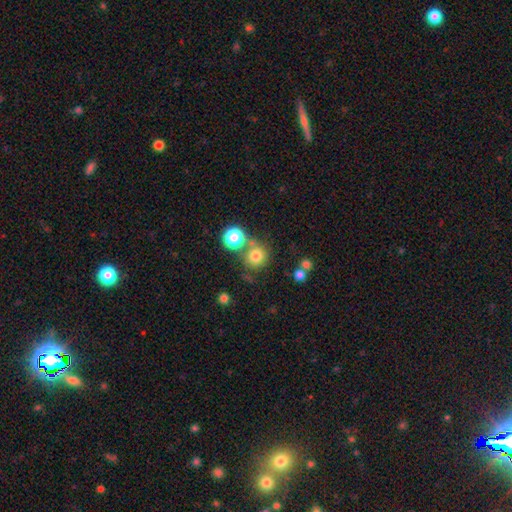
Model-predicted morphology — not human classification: Q: Smooth or featured?
A: smooth (76%); runner-up: star or artifact (16%)
Q: How rounded?
A: round (90%); runner-up: in between (9%)
Q: Merging?
A: none (67%); runner-up: merger (18%)